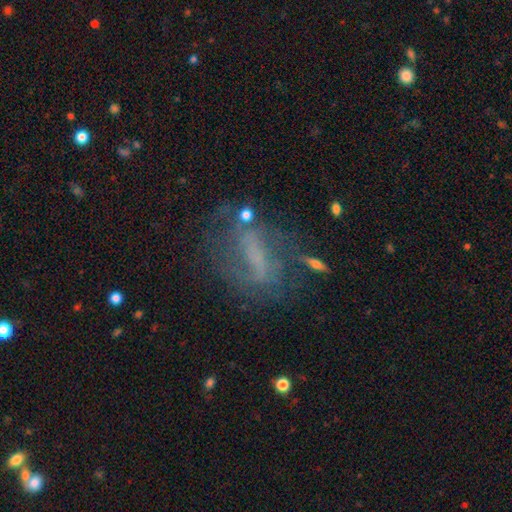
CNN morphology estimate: This is possibly a featured or disk galaxy (57%). It is clearly not viewed edge-on (83%). Merging: possibly none (55%).